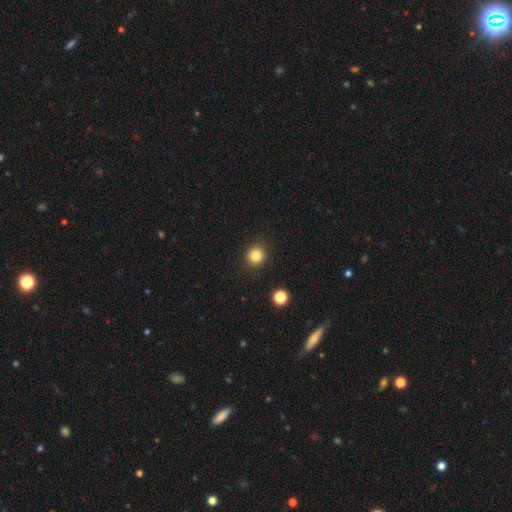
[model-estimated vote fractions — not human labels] Smooth or featured? Predicted: smooth (p=0.83). How rounded? Predicted: round (p=0.87). Merging? Predicted: none (p=0.90).